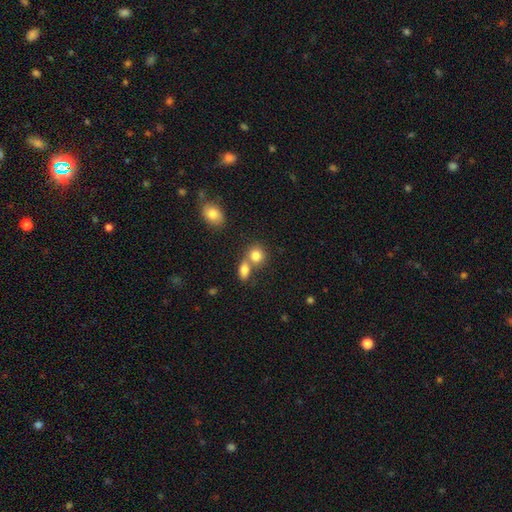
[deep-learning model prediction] This is clearly a smooth galaxy (82%). How rounded: likely round (68%). Merging: possibly merger (45%).